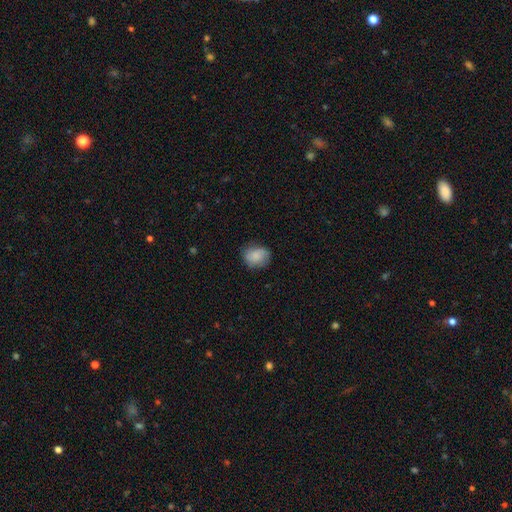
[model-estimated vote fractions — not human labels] This appears to be a smooth galaxy with no disk features (79%) that is in between round and cigar-shaped (50%). Merging: none (69%).